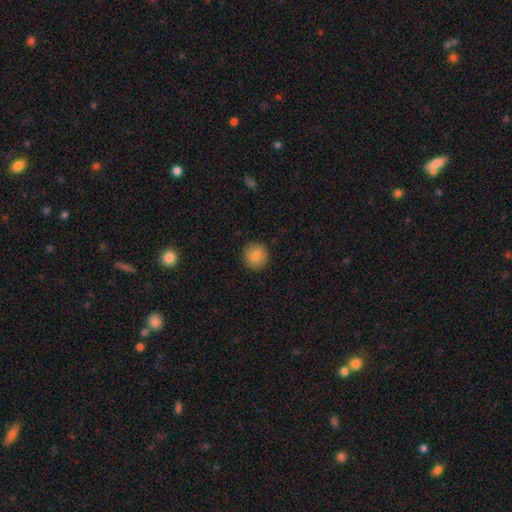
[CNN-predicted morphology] A smooth galaxy with no disk features (84%) that is round (92%). Merging: none (90%).